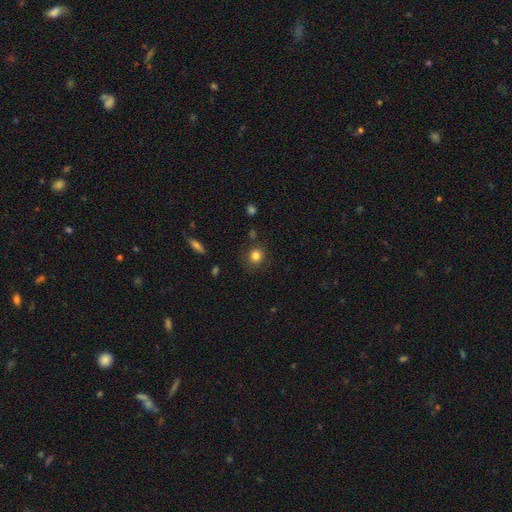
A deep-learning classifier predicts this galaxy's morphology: smooth 82%, star or artifact 11%, featured or disk 6%. Down the decision tree: how rounded — round (88%); merging — none (83%).